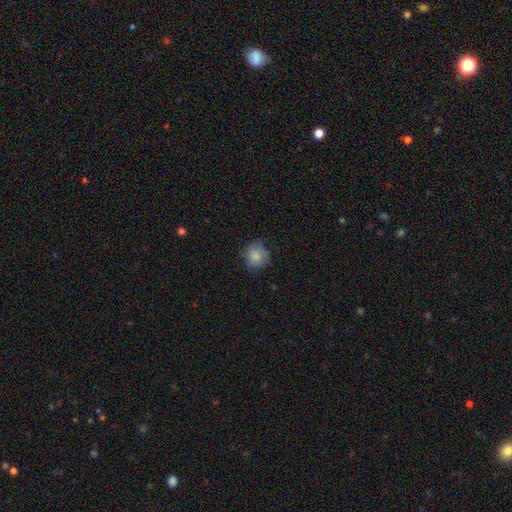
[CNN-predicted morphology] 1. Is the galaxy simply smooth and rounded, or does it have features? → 83% smooth, 9% star or artifact, 8% featured or disk.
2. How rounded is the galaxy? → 81% round, 18% in between, 1% cigar-shaped.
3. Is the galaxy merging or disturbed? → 70% none, 23% minor disturbance, 6% major disturbance, 1% merger.